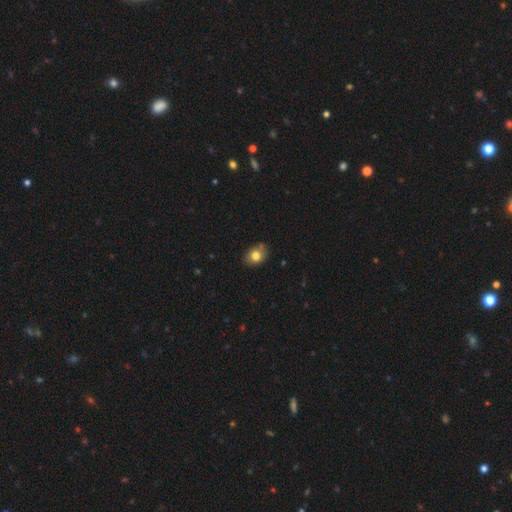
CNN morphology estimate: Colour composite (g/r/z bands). It shows a smooth galaxy with no disk features (79%) that is in between round and cigar-shaped (60%). Merging: none (75%).